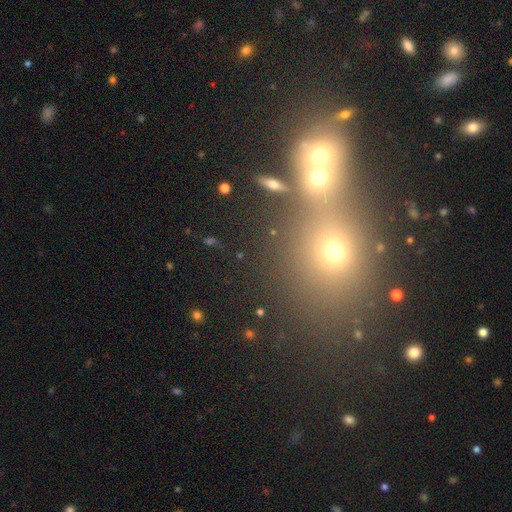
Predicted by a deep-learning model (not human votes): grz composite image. It shows a star or artifact, not a galaxy (44%, tied with smooth).